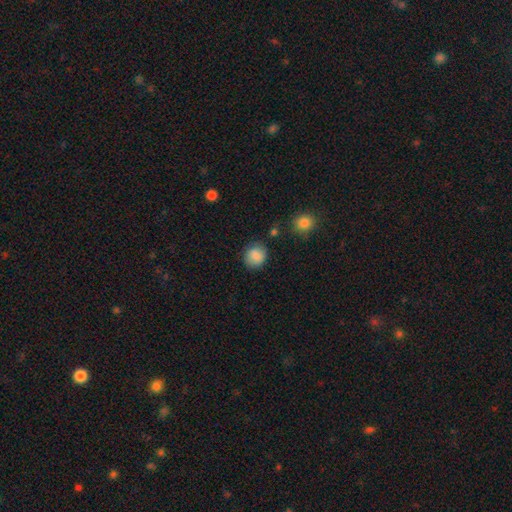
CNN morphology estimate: Smooth or featured: smooth — 86% (star or artifact — 8%)
How rounded: round — 73% (in between — 26%)
Merging: none — 78% (minor disturbance — 15%)